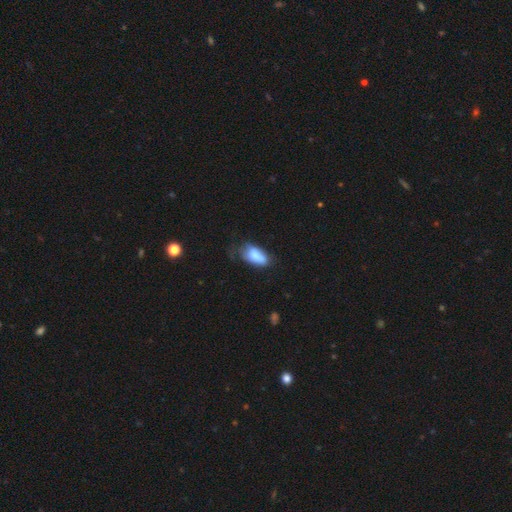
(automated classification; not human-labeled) smooth_or_featured: smooth (p=0.81) [alt: featured or disk p=0.12]
how_rounded: in between (p=0.90) [alt: cigar-shaped p=0.06]
merging: none (p=0.42) [alt: minor disturbance p=0.38]